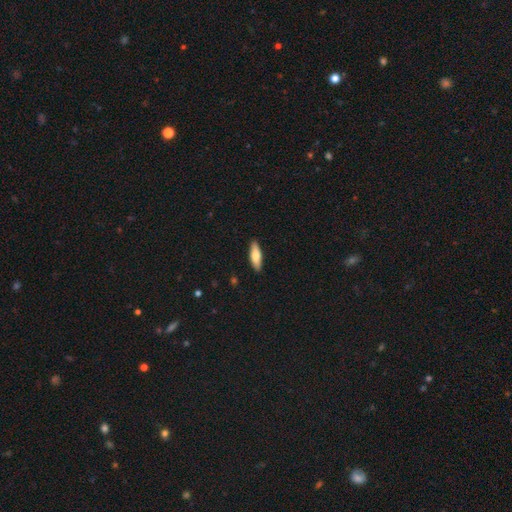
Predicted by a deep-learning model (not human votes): This is likely a smooth galaxy (75%). How rounded: possibly in between (52%). Merging: clearly none (90%).